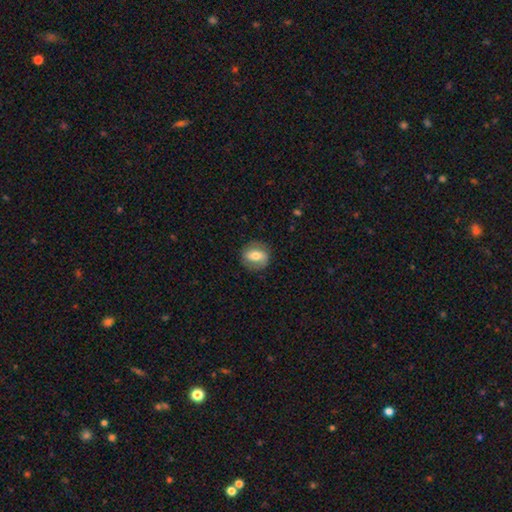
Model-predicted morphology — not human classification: smooth_or_featured: smooth (p=0.56) [alt: featured or disk p=0.37]
how_rounded: round (p=0.53) [alt: in between p=0.44]
merging: none (p=0.82) [alt: minor disturbance p=0.12]